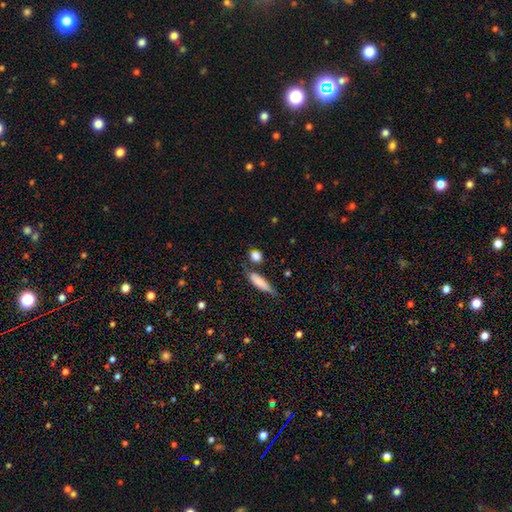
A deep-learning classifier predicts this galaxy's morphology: Smooth or featured: smooth — 83% (star or artifact — 10%)
How rounded: round — 52% (in between — 32%)
Merging: none — 70% (minor disturbance — 15%)